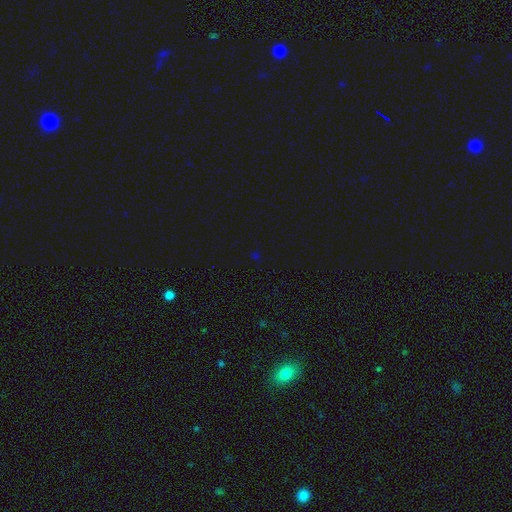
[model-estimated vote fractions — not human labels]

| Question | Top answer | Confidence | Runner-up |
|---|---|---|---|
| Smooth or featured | star or artifact | 70% | smooth (24%) |